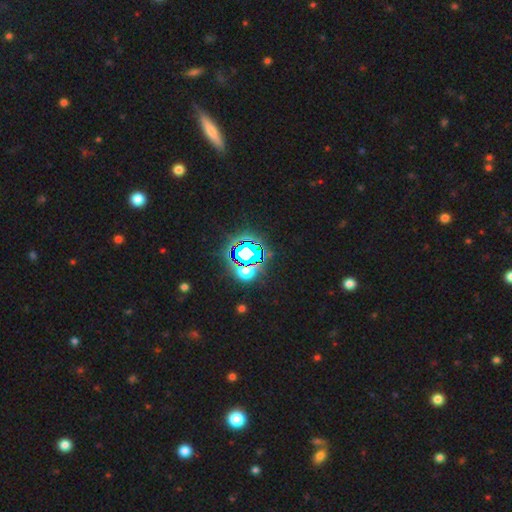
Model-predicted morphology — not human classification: smooth_or_featured: star or artifact (p=0.79) [alt: smooth p=0.14]